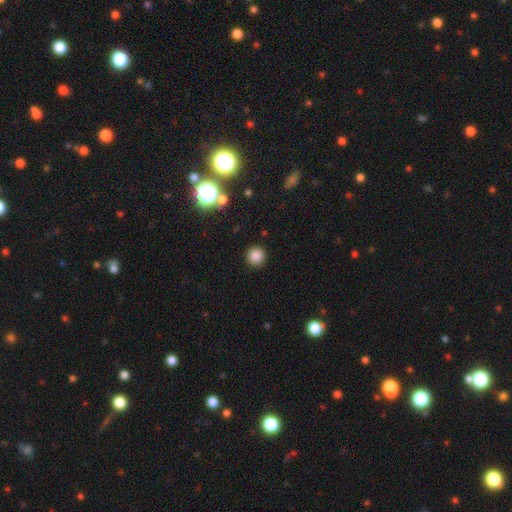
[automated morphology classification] smooth-or-featured: smooth: 84% | star or artifact: 12% | featured or disk: 4%
  how-rounded: round: 95% | in between: 4% | cigar-shaped: 1%
  merging: none: 91% | minor disturbance: 5% | major disturbance: 2% | merger: 2%